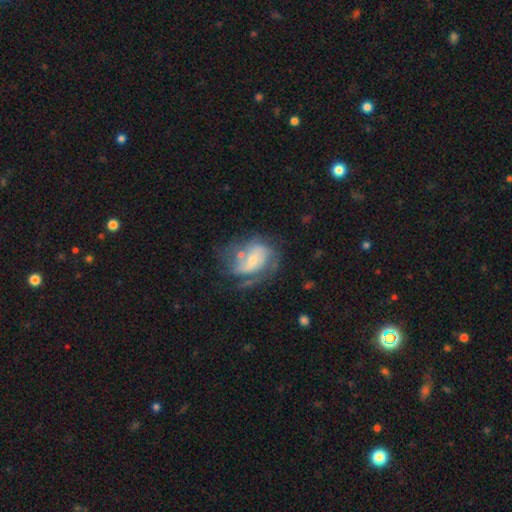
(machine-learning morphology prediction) Smooth or featured: featured or disk — 72% (smooth — 18%)
Edge-on disk: no — 97% (yes — 3%)
Bar: no — 47% (weak — 39%)
Spiral arms: yes — 82% (no — 18%)
Spiral winding: medium — 41% (tight — 38%)
Spiral arm count: 2 — 40% (can't tell — 32%)
Bulge size: small — 55% (moderate — 37%)
Merging: none — 48% (minor disturbance — 23%)